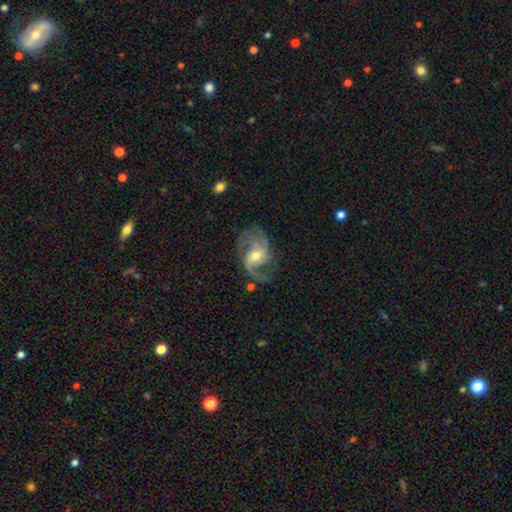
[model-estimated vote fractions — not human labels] smooth-or-featured: featured or disk: 87% | smooth: 7% | star or artifact: 6%
  disk-edge-on: no: 97% | yes: 3%
    bar: no: 42% (tied) | weak: 42% (tied) | strong: 16%
    has-spiral-arms: yes: 96% | no: 4%
      spiral-winding: medium: 47% | loose: 38% | tight: 15%
      spiral-arm-count: 2: 61% | 3: 18% | can't tell: 8% | 1: 6% | 4: 3% | more than 4: 3%
    bulge-size: moderate: 63% | small: 31% | large: 4% | none: 1% | dominant: 1%
  merging: none: 61% | minor disturbance: 20% | major disturbance: 17% | merger: 2%